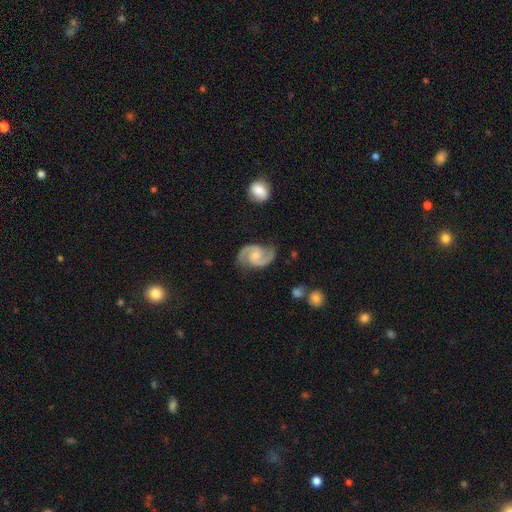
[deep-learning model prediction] Smooth or featured? featured or disk (91%)
Edge-on disk? no (98%)
Bar? no (49%)
Spiral arms? yes (98%)
Spiral winding? medium (63%)
Spiral arm count? 2 (94%)
Bulge size? small (44%)
Merging? none (80%)